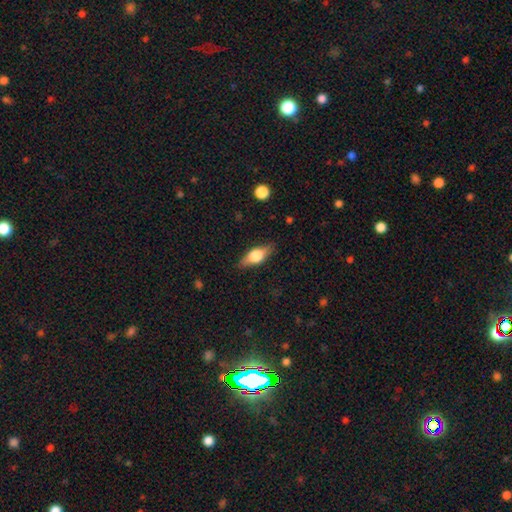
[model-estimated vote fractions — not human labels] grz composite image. It shows a smooth galaxy with no disk features (55%) that is in between round and cigar-shaped (71%). Merging: none (84%).